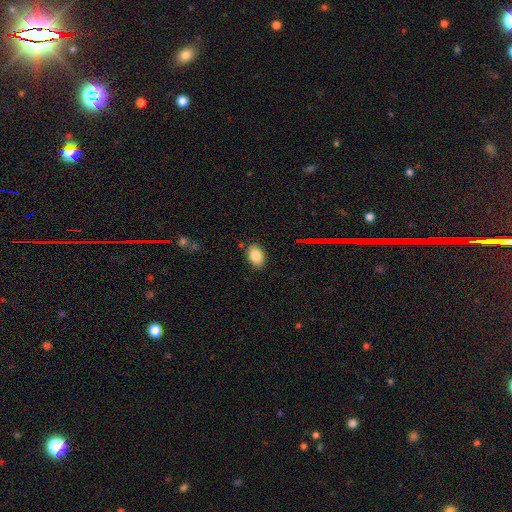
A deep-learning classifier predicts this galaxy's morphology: Smooth or featured? Predicted: smooth (p=0.83). How rounded? Predicted: in between (p=0.81). Merging? Predicted: none (p=0.84).